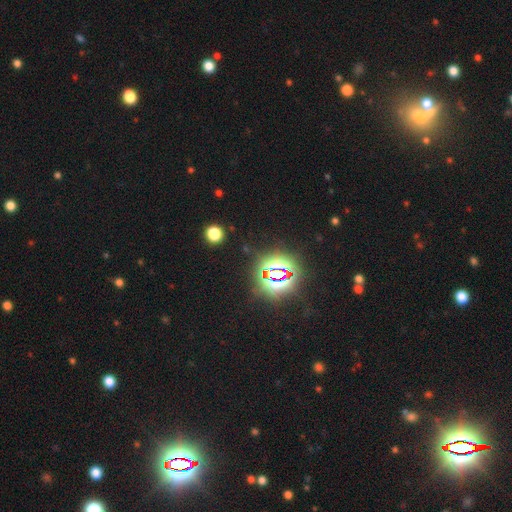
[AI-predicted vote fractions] Smooth or featured? Predicted: star or artifact (p=0.83).